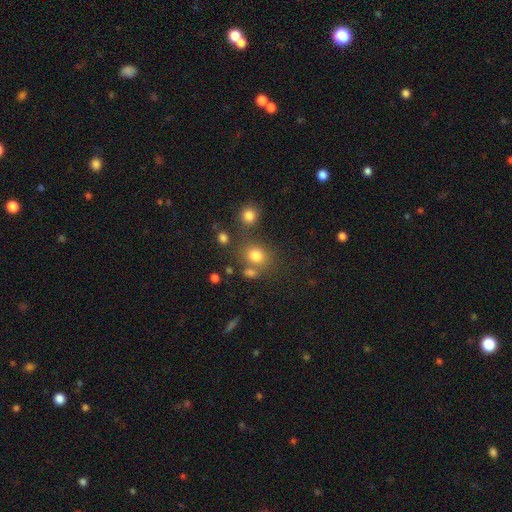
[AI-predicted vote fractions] Smooth or featured: smooth — 77% (star or artifact — 15%)
How rounded: round — 68% (in between — 31%)
Merging: none — 61% (merger — 20%)